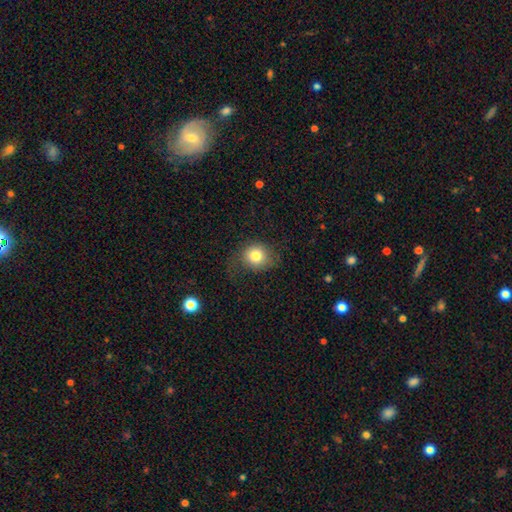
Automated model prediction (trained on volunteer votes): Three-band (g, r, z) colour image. It shows a smooth galaxy with no disk features (79%) that is round (78%). Merging: none (68%).